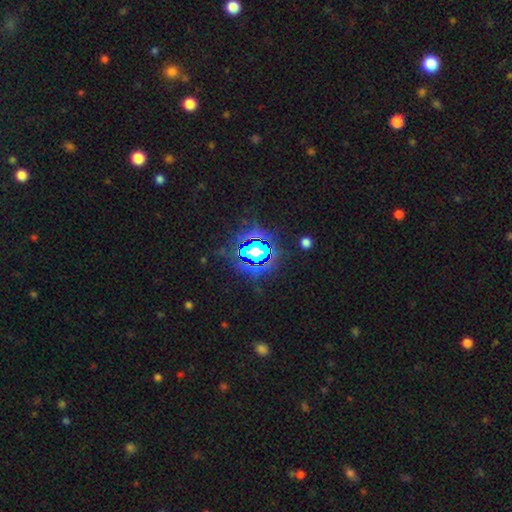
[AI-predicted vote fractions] This is clearly a star or artifact rather than a galaxy (80%).